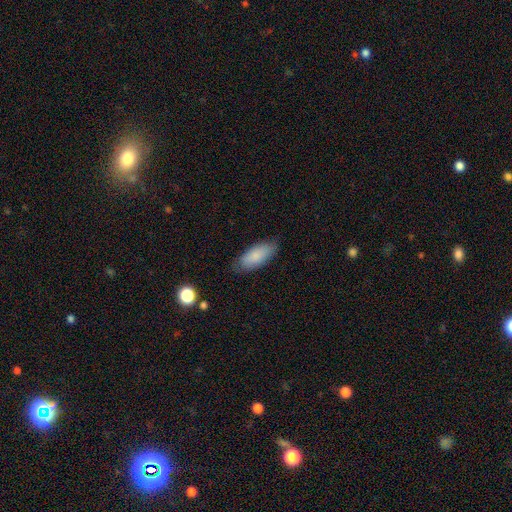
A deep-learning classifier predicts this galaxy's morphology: A smooth galaxy with no disk features (84%) that is in between round and cigar-shaped (83%). Merging: none (79%).